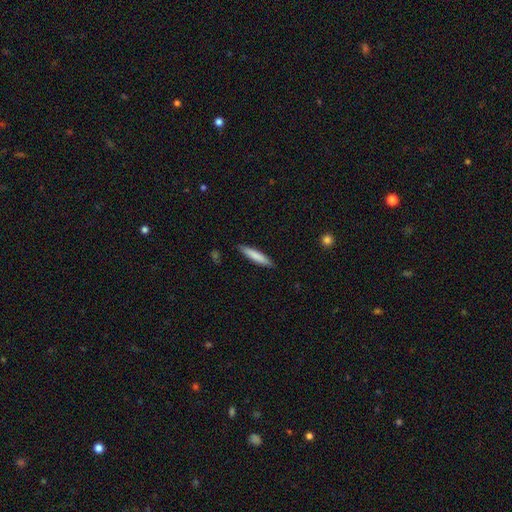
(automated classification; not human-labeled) This appears to be a smooth galaxy with no disk features (79%) that is cigar-shaped (89%). Merging: none (88%).